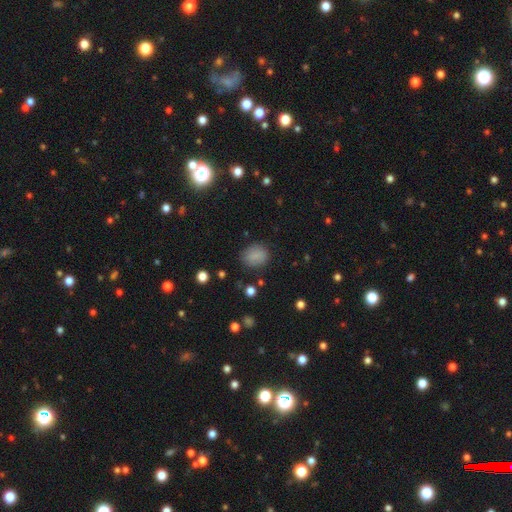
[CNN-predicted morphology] A smooth galaxy with no disk features (83%) that is round (53%).

Vote fractions:
- Smooth or featured? smooth: 83% / star or artifact: 11% / featured or disk: 6%
- How rounded? round: 53% / in between: 46% / cigar-shaped: 1%
- Merging? none: 81% / minor disturbance: 13% / major disturbance: 4% / merger: 2%